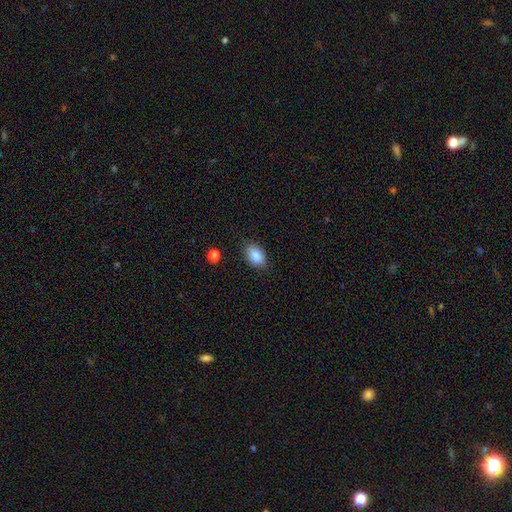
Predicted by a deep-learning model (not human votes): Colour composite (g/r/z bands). It shows a smooth galaxy with no disk features (88%) that is in between round and cigar-shaped (86%). Merging: none (83%).